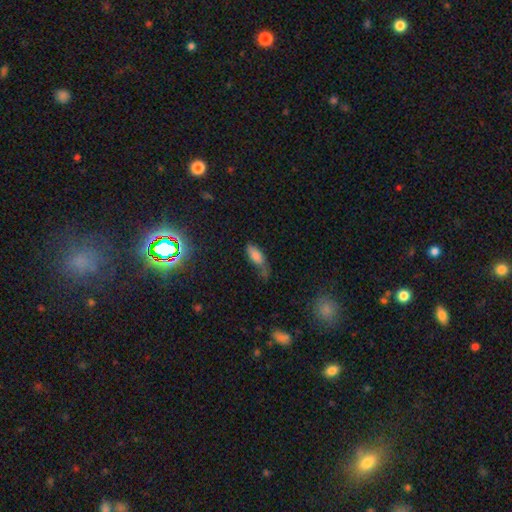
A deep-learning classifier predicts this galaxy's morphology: Smooth or featured?
  - smooth: 71% *
  - featured or disk: 15%
  - star or artifact: 13%
How rounded?
  - in between: 77% *
  - cigar-shaped: 19%
  - round: 3%
Merging?
  - minor disturbance: 34% * (tied)
  - none: 34% * (tied)
  - major disturbance: 25%
  - merger: 7%